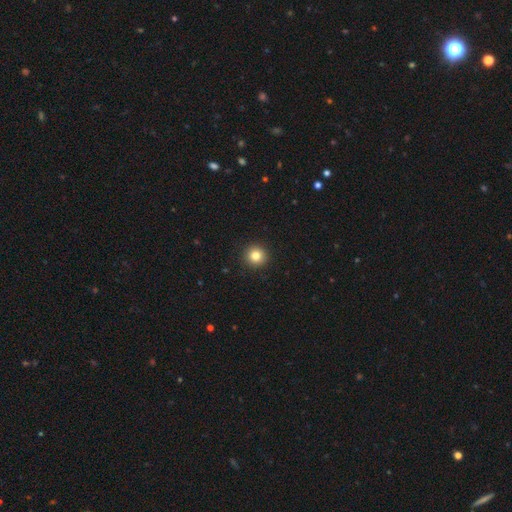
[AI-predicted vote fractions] Smooth or featured? Predicted: smooth (p=0.82). How rounded? Predicted: round (p=0.95). Merging? Predicted: none (p=0.93).